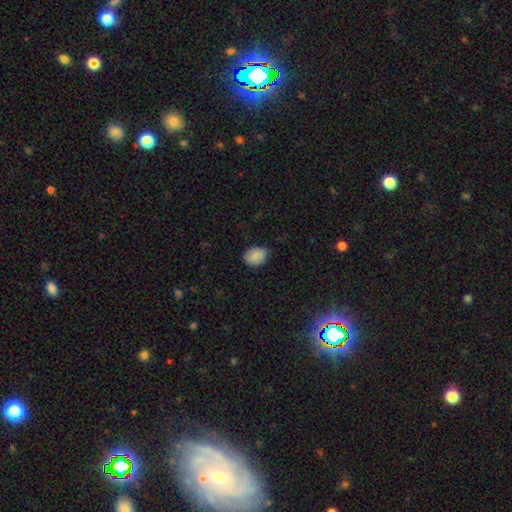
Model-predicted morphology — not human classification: This appears to be a smooth galaxy with no disk features (89%) that is in between round and cigar-shaped (69%). Merging: none (85%).